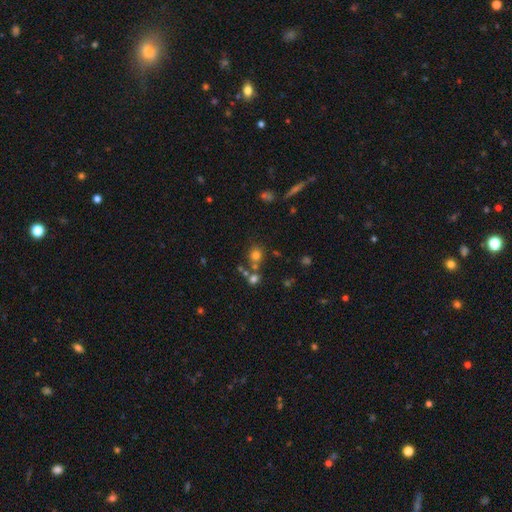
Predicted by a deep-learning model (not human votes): smooth-or-featured: smooth: 69% | star or artifact: 20% | featured or disk: 10%
  how-rounded: round: 73% | in between: 25% | cigar-shaped: 1%
  merging: none: 63% | merger: 22% | minor disturbance: 10% | major disturbance: 5%